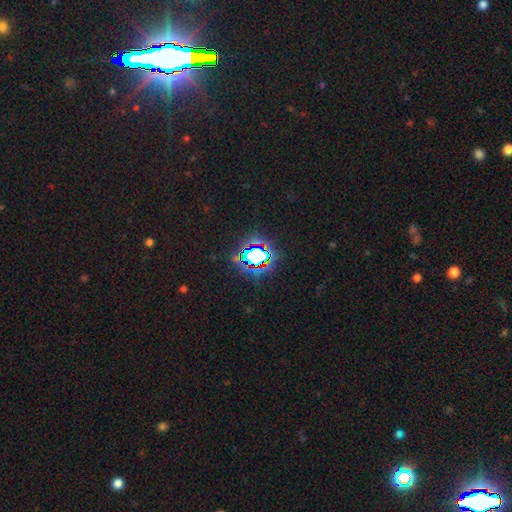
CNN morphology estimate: Q: Smooth or featured?
A: star or artifact (66%); runner-up: smooth (21%)